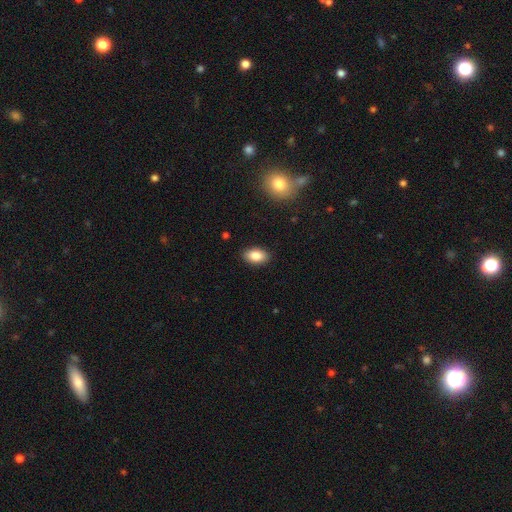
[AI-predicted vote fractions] Overall: smooth (85%). How rounded: in between (92%). Merging: none (89%).